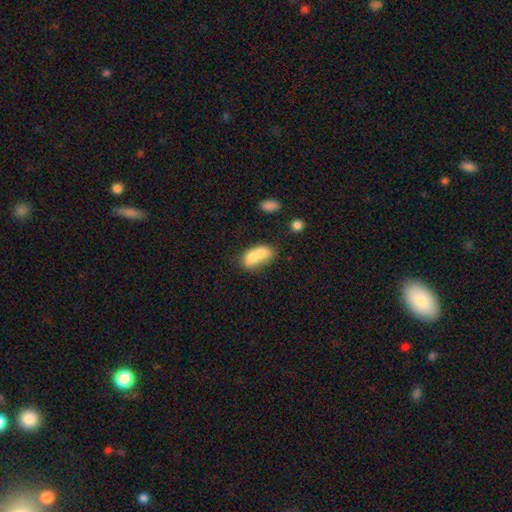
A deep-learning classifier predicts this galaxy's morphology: type=smooth (73%); roundness=in between (84%); merging=merger (51%).